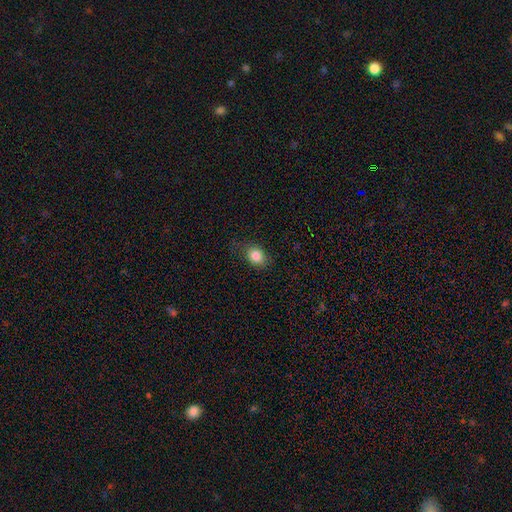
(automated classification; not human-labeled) Morphology: type=smooth (84%); roundness=in between (61%); merging=none (74%).